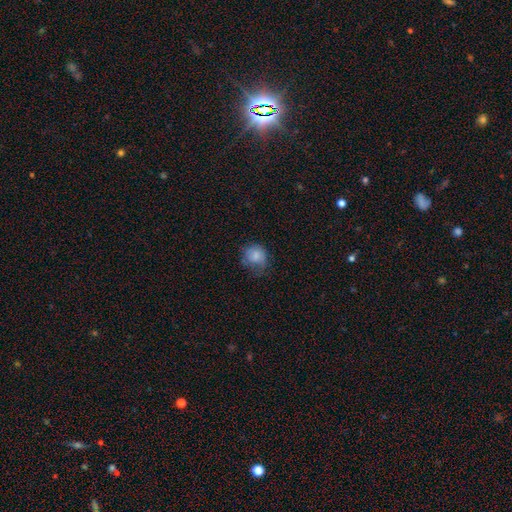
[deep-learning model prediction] Q: Smooth or featured?
A: smooth (77%); runner-up: featured or disk (14%)
Q: How rounded?
A: round (74%); runner-up: in between (25%)
Q: Merging?
A: none (48%); runner-up: minor disturbance (32%)